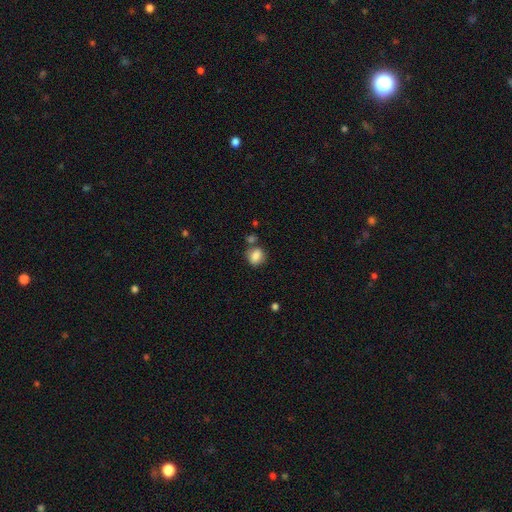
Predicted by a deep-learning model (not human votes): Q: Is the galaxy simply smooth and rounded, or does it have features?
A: smooth — 84%.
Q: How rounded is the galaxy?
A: round — 56%.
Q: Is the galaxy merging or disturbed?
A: none — 63%.